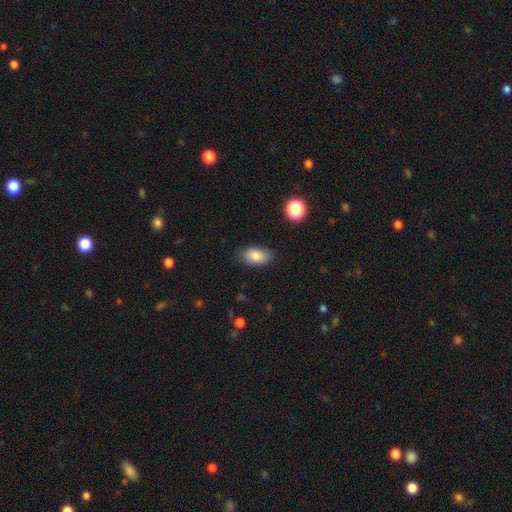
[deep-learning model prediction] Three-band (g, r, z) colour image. It shows a smooth galaxy with no disk features (84%) that is in between round and cigar-shaped (91%). Merging: none (84%).